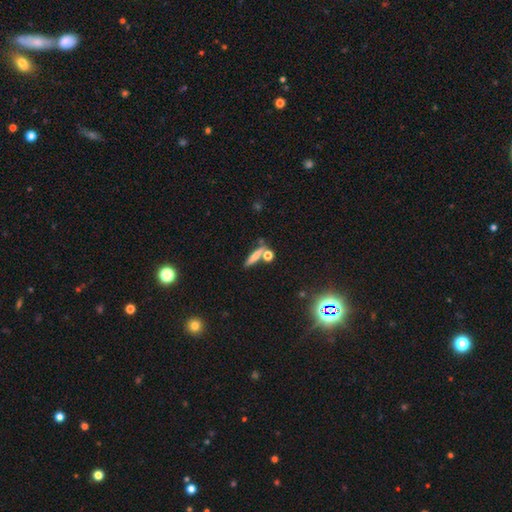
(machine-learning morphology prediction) smooth 63%, featured or disk 25%, star or artifact 13%. Down the decision tree: how rounded — cigar-shaped (72%); merging — none (66%).